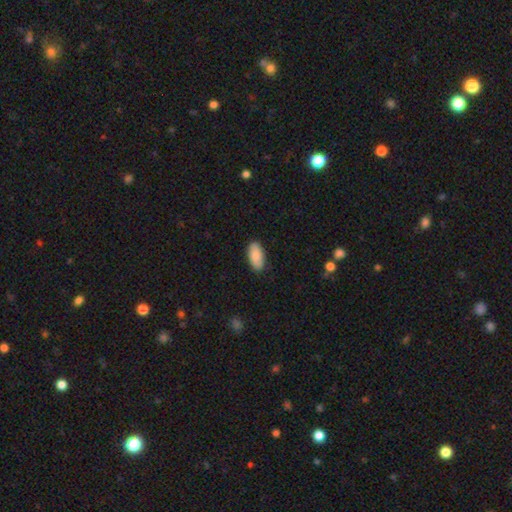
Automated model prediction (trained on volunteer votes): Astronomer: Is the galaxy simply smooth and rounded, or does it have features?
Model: smooth — 86%.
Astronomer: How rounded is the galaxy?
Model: in between — 90%.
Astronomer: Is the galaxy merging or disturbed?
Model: none — 87%.